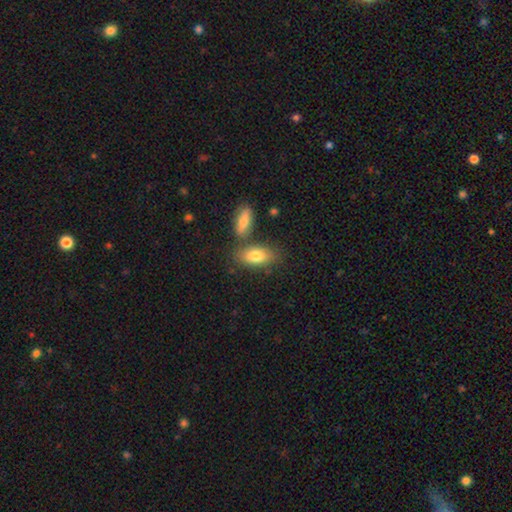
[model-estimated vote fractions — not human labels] smooth 79%, featured or disk 14%, star or artifact 7%. Down the decision tree: how rounded — in between (88%); merging — none (63%).